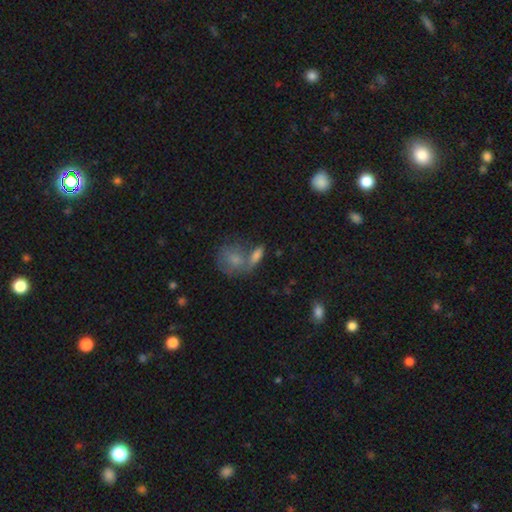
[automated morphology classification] Q: Smooth or featured?
A: smooth (68%); runner-up: featured or disk (22%)
Q: How rounded?
A: in between (58%); runner-up: round (22%)
Q: Merging?
A: none (44%); runner-up: merger (38%)